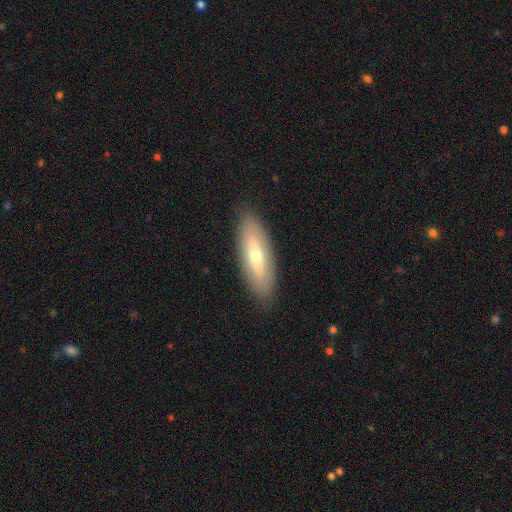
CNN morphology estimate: Smooth or featured?
  - smooth: 50% *
  - featured or disk: 44%
  - star or artifact: 6%
Merging?
  - none: 87% *
  - minor disturbance: 9%
  - major disturbance: 2%
  - merger: 1%